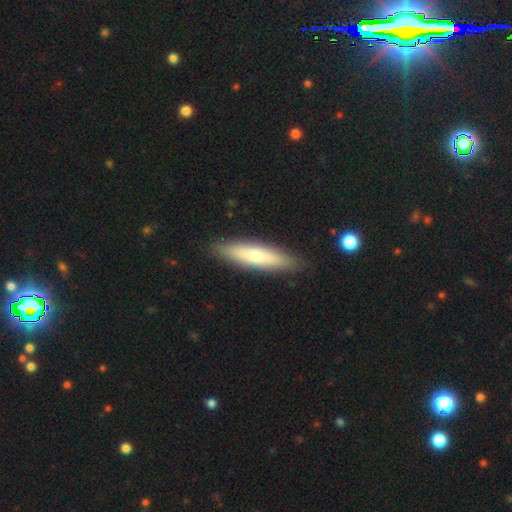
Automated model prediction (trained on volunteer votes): Smooth or featured? smooth (64%)
How rounded? cigar-shaped (77%)
Merging? none (89%)